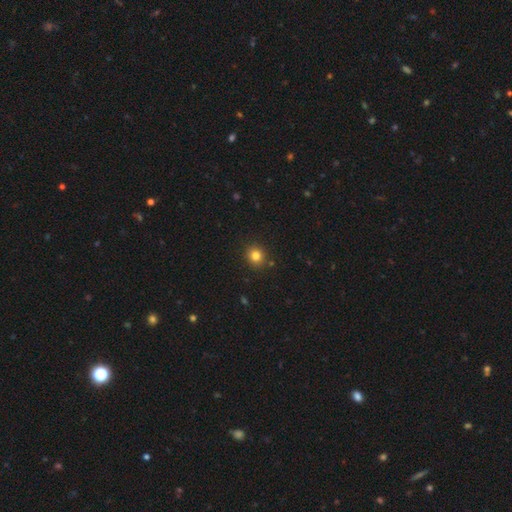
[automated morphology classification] smooth 82%, star or artifact 13%, featured or disk 5%. Down the decision tree: how rounded — round (88%); merging — none (89%).